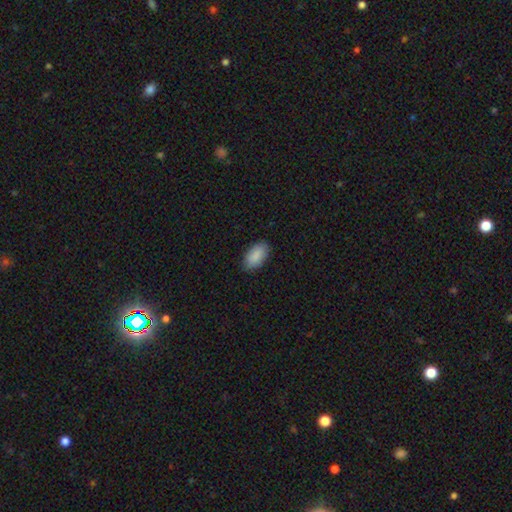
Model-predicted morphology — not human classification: The model was most divided on "merging": none: 87%, minor disturbance: 10%, major disturbance: 2%, merger: 1%. More confident: how rounded — in between (94%); smooth or featured — smooth (90%).